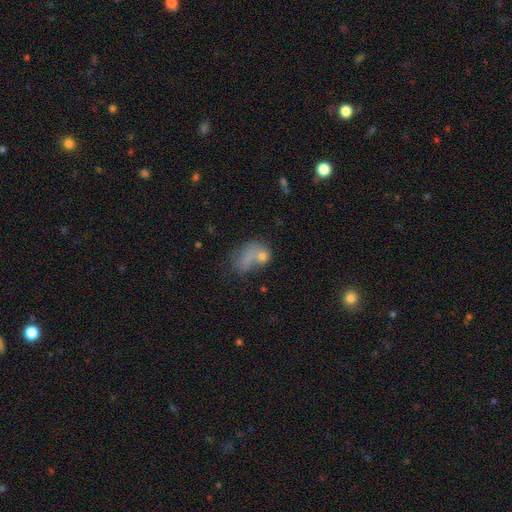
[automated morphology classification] Q: Smooth or featured?
A: smooth (68%); runner-up: featured or disk (18%)
Q: How rounded?
A: in between (73%); runner-up: round (24%)
Q: Merging?
A: merger (30%); runner-up: none (27%)